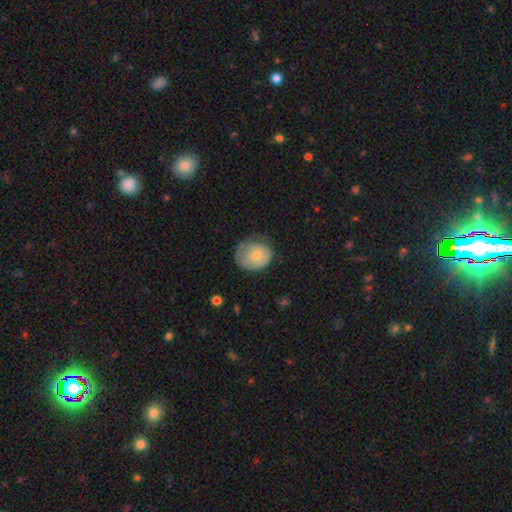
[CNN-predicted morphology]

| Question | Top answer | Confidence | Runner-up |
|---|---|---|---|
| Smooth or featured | smooth | 59% | featured or disk (34%) |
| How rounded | round | 70% | in between (29%) |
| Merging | none | 53% | minor disturbance (31%) |